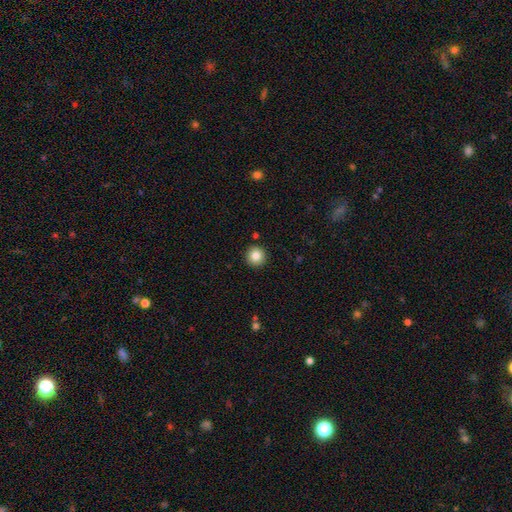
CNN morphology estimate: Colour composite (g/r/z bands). It shows a smooth galaxy with no disk features (84%) that is round (95%). Merging: none (91%).